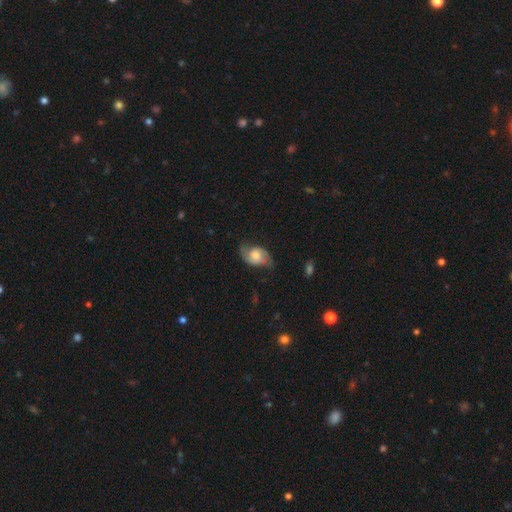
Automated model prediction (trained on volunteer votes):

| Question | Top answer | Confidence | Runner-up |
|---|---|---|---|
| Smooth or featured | featured or disk | 57% | smooth (35%) |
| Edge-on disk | no | 95% | yes (5%) |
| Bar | no | 66% | weak (29%) |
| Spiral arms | yes | 87% | no (13%) |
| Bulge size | moderate | 45% | small (24%) |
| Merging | none | 61% | minor disturbance (26%) |